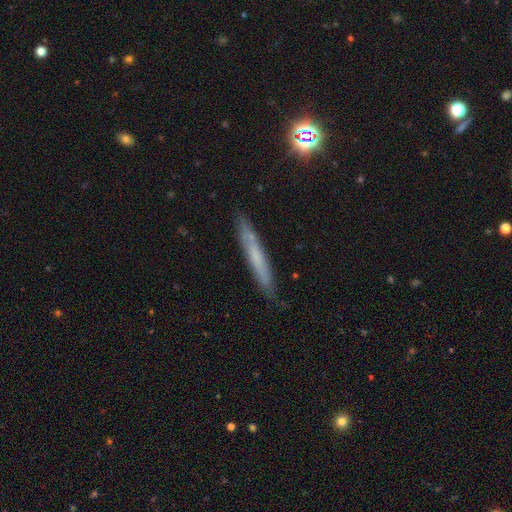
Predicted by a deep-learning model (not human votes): The model was most divided on "smooth or featured": smooth: 52%, featured or disk: 38%, star or artifact: 9%. More confident: how rounded — cigar-shaped (95%); merging — none (86%).